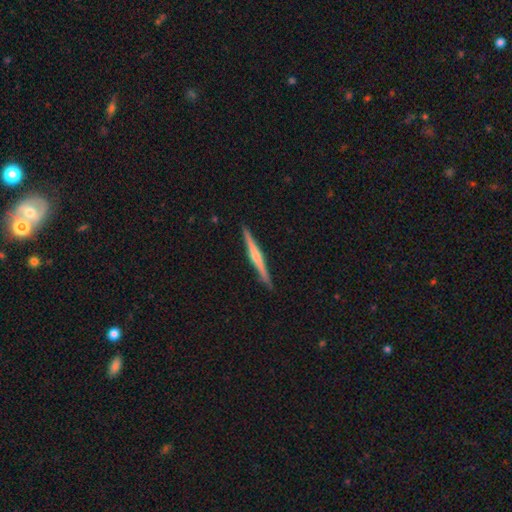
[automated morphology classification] featured or disk 69%, smooth 25%, star or artifact 6%. Down the decision tree: edge-on disk — yes (98%); edge-on bulge — rounded (68%); merging — none (91%).